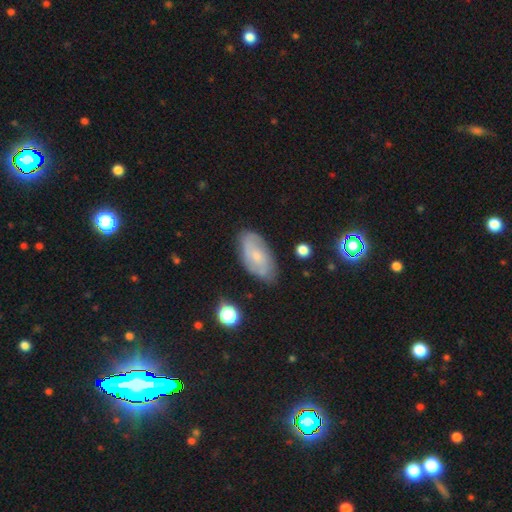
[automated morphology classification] Overall: featured or disk (53%; smooth 39%). Edge-on disk: no (92%). Merging: none (74%).